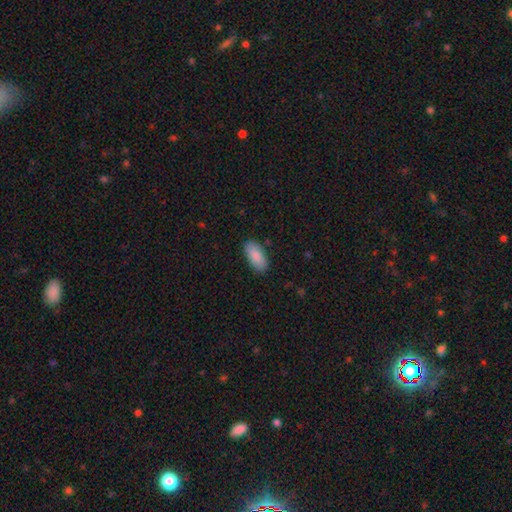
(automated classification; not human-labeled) smooth 89%, star or artifact 6%, featured or disk 5%. Down the decision tree: how rounded — in between (90%); merging — none (86%).